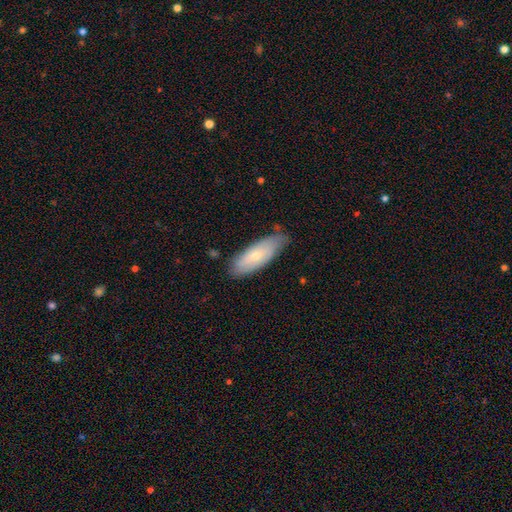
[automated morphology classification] This appears to be a smooth galaxy with no disk features (57%) that is in between round and cigar-shaped (68%). Merging: none (73%).